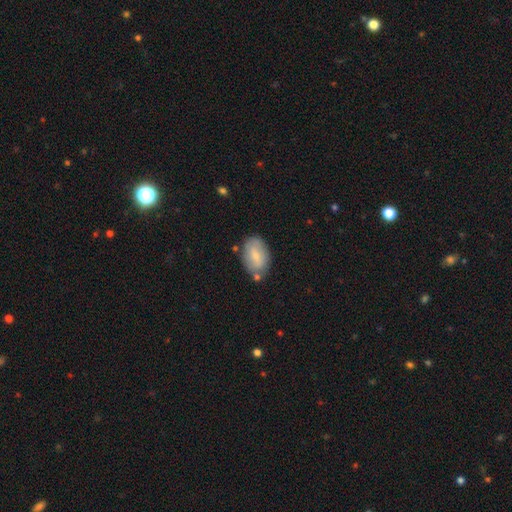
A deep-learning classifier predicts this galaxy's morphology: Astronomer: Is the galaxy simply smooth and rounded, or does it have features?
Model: smooth — 69%.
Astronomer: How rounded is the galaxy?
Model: in between — 91%.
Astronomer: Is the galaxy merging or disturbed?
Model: none — 68%.